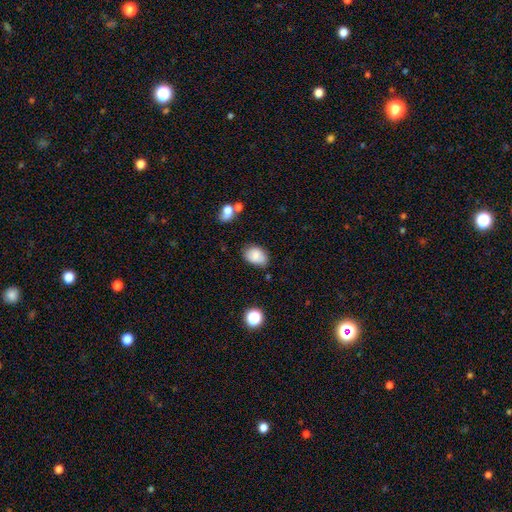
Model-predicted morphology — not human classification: Smooth or featured? smooth (81%)
How rounded? in between (84%)
Merging? none (69%)